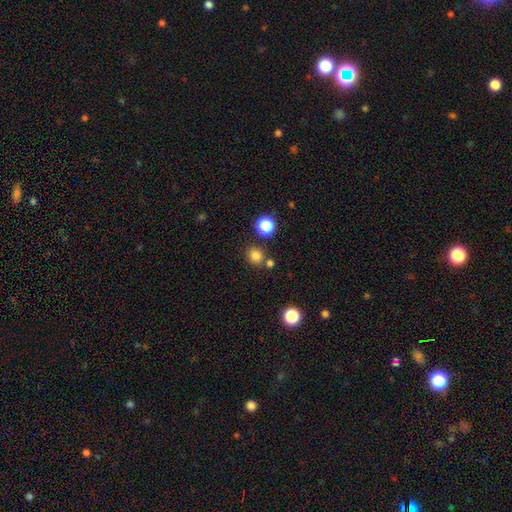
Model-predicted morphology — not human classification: A smooth galaxy with no disk features (81%) that is round (85%). Merging: none (76%).